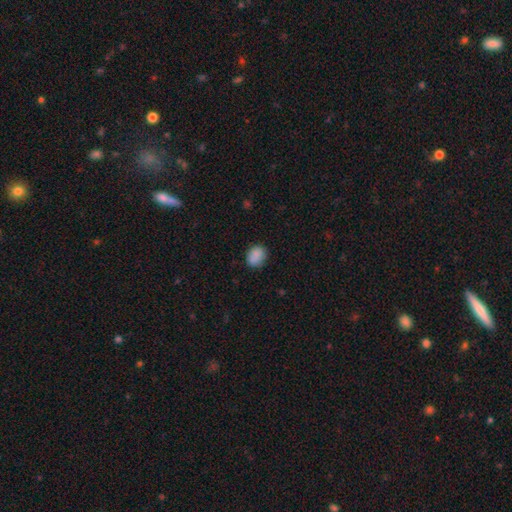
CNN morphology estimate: Smooth or featured? smooth (86%)
How rounded? in between (53%)
Merging? none (79%)